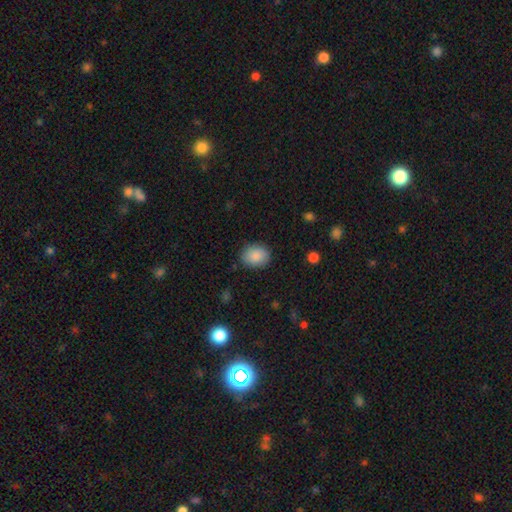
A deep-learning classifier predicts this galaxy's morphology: A smooth galaxy with no disk features (87%) that is in between round and cigar-shaped (50%, tied with round).

Vote fractions:
- Smooth or featured? smooth: 87% / star or artifact: 7% / featured or disk: 5%
- How rounded? in between: 50% (tied) / round: 50% (tied) / cigar-shaped: 1%
- Merging? none: 85% / minor disturbance: 11% / major disturbance: 3% / merger: 1%